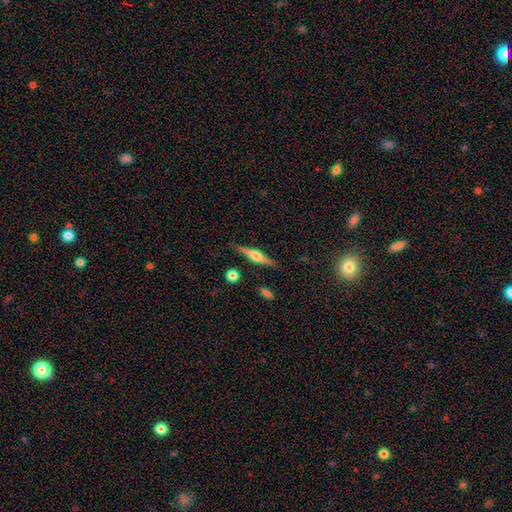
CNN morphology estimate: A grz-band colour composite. It shows a featured or disk galaxy (68%) viewed edge-on (97%) with a rounded central bulge (86%). Merging: none (84%).